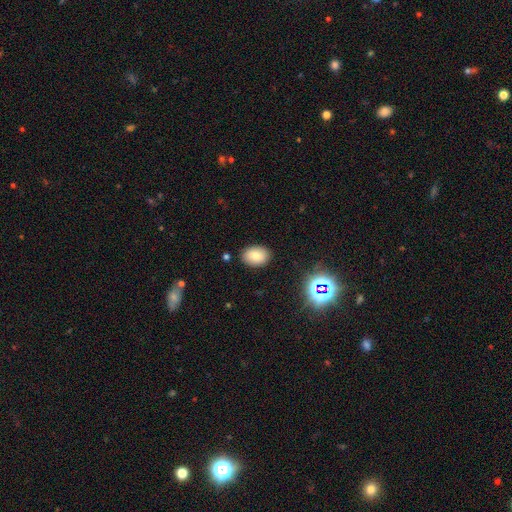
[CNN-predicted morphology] Smooth or featured: smooth — 77% (star or artifact — 12%)
How rounded: in between — 76% (round — 23%)
Merging: none — 87% (minor disturbance — 9%)